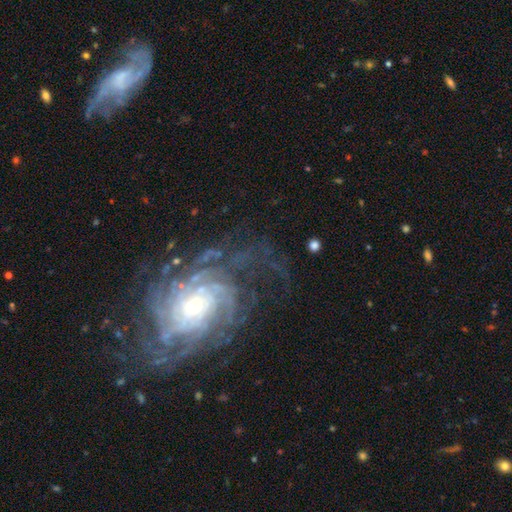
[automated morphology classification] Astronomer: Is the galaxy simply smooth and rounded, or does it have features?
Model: featured or disk — 85%.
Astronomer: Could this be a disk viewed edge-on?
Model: no — 96%.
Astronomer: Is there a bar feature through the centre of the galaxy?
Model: no — 58%.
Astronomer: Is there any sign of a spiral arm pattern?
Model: yes — 97%.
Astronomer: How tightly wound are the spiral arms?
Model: tight — 63%.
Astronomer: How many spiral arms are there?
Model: can't tell — 30% (runner-up: 4, 19%).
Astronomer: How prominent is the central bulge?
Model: moderate — 48% (runner-up: small, 40%).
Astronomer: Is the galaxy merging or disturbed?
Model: none — 70%.